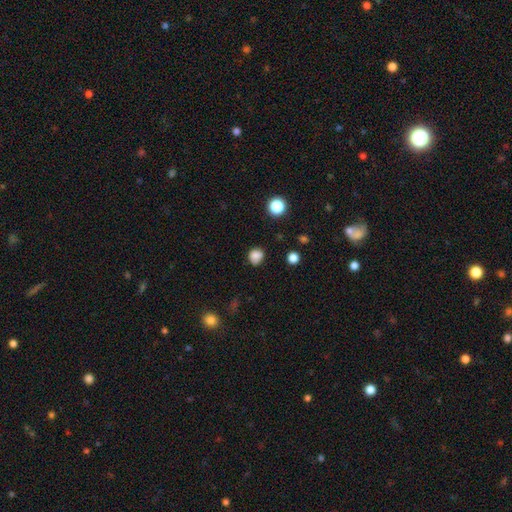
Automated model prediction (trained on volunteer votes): Q: Smooth or featured?
A: smooth (82%); runner-up: star or artifact (12%)
Q: How rounded?
A: round (78%); runner-up: in between (21%)
Q: Merging?
A: none (70%); runner-up: minor disturbance (21%)